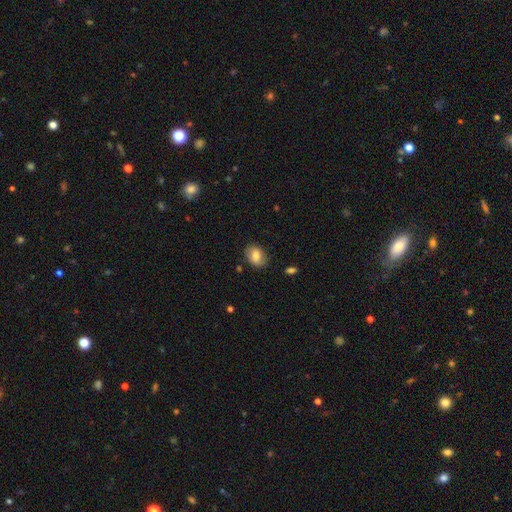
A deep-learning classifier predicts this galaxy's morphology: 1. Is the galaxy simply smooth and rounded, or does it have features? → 79% smooth, 13% featured or disk, 8% star or artifact.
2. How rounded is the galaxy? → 76% in between, 23% round, 1% cigar-shaped.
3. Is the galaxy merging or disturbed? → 81% none, 14% minor disturbance, 3% major disturbance, 2% merger.